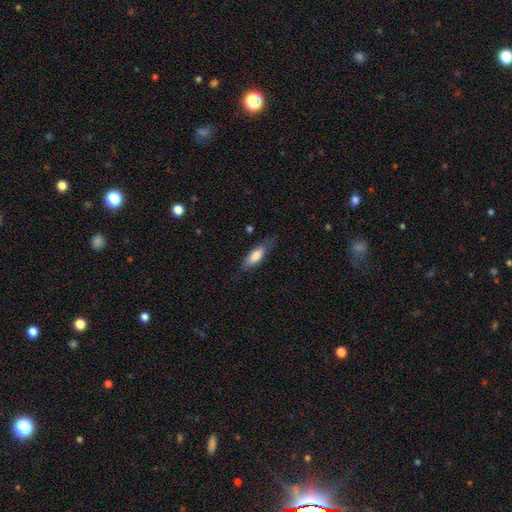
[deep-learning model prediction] Smooth or featured? smooth (77%)
How rounded? in between (60%)
Merging? none (71%)